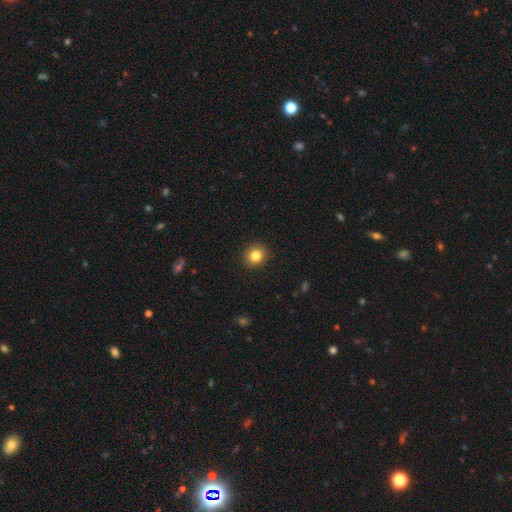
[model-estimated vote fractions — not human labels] A smooth galaxy with no disk features (82%) that is round (88%). Merging: none (92%).